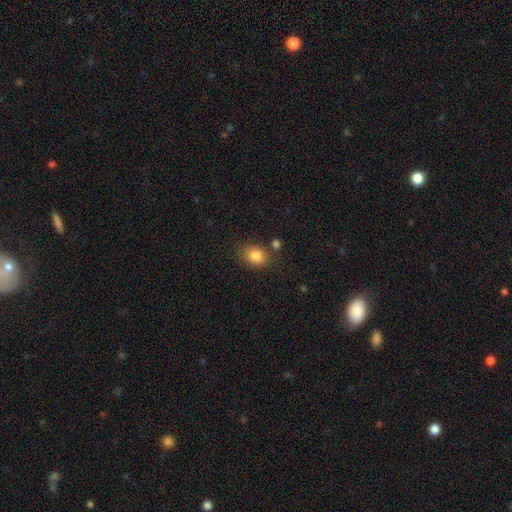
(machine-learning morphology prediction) type=smooth (84%); roundness=in between (56%); merging=none (74%).